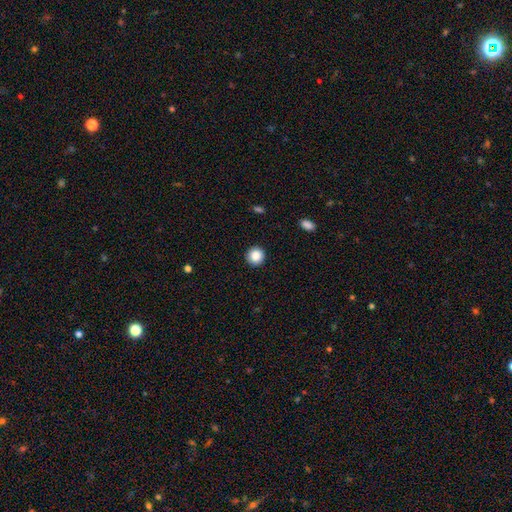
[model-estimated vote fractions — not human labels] Overall: smooth (86%). How rounded: round (94%). Merging: none (92%).